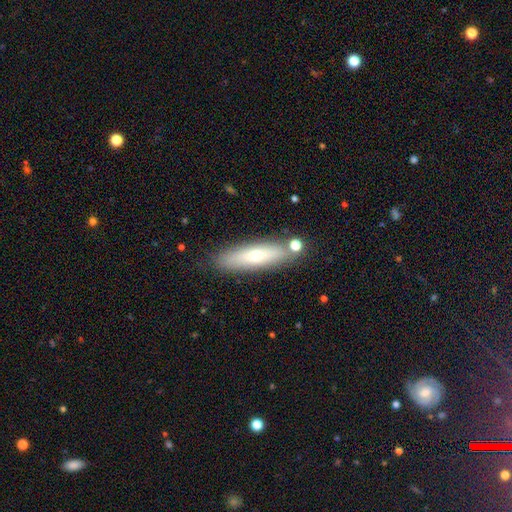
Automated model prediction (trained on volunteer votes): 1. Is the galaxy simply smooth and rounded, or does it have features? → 56% smooth, 36% featured or disk, 8% star or artifact.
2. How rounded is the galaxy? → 67% cigar-shaped, 31% in between, 2% round.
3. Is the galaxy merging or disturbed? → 81% none, 10% minor disturbance, 6% merger, 3% major disturbance.